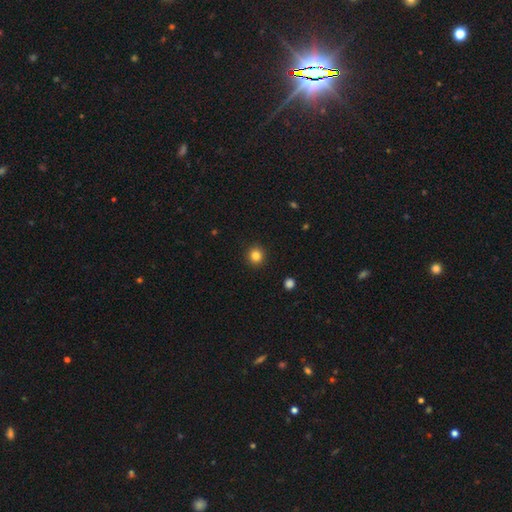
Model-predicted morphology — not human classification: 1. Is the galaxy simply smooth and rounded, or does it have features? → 84% smooth, 11% star or artifact, 5% featured or disk.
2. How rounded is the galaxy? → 92% round, 7% in between, 1% cigar-shaped.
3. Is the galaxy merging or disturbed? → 92% none, 5% minor disturbance, 2% major disturbance, 1% merger.